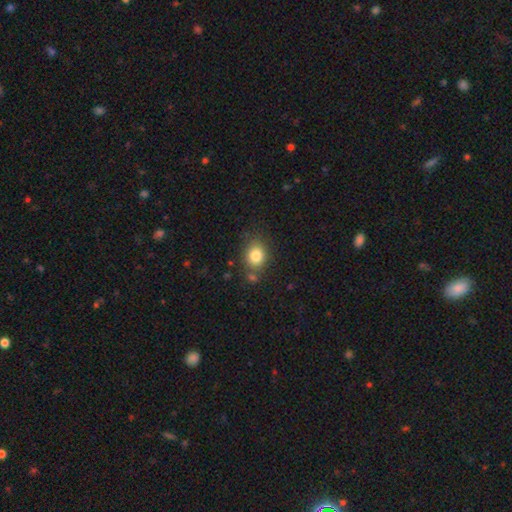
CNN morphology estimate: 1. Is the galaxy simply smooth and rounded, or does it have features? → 83% smooth, 10% star or artifact, 7% featured or disk.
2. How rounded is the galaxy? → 59% round, 40% in between, 1% cigar-shaped.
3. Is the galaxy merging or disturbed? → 74% none, 13% minor disturbance, 9% merger, 4% major disturbance.